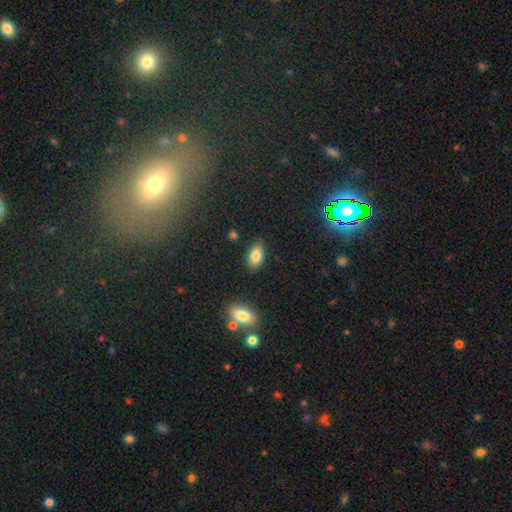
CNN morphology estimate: smooth-or-featured: smooth: 82% | star or artifact: 9% | featured or disk: 9%
  how-rounded: in between: 91% | round: 5% | cigar-shaped: 3%
  merging: none: 82% | minor disturbance: 13% | major disturbance: 3% | merger: 2%